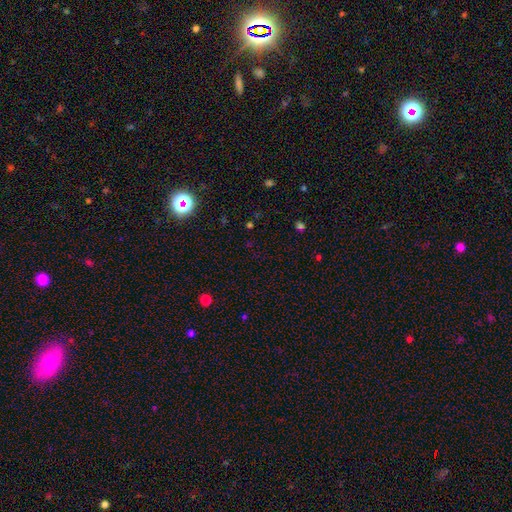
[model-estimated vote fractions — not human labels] smooth_or_featured: star or artifact (p=0.62) [alt: smooth p=0.31]